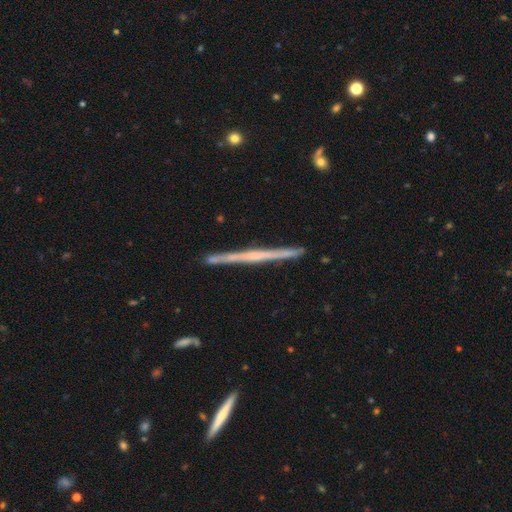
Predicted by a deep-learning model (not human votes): This is likely a featured or disk galaxy (76%). It is clearly viewed edge-on (98%). Edge-on bulge: possibly none (55%). Merging: clearly none (91%).